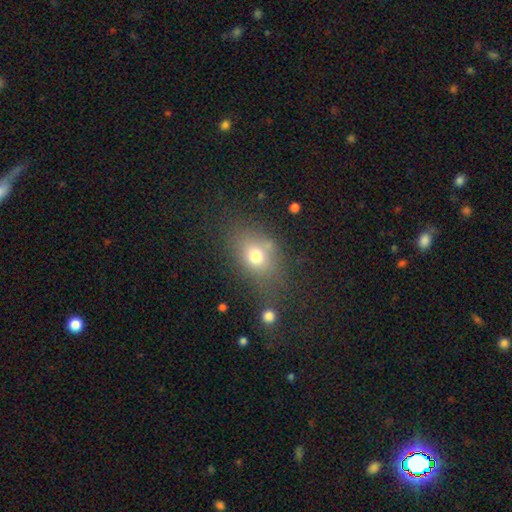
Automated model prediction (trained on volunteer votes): This appears to be a smooth galaxy with no disk features (71%) that is in between round and cigar-shaped (63%). Merging: none (61%).